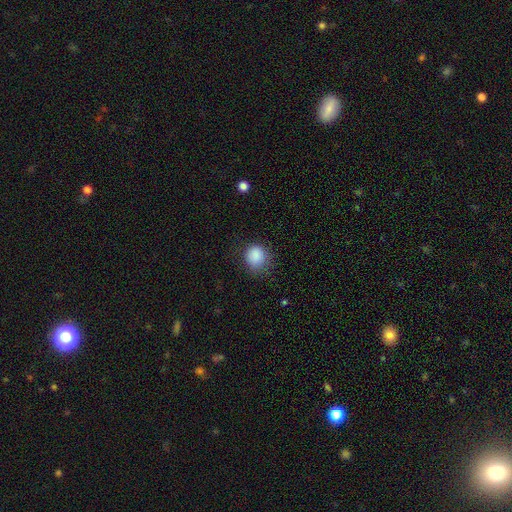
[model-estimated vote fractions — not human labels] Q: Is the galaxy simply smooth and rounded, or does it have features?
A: smooth — 87%.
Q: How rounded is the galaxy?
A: round — 80%.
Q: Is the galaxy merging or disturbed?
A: none — 72%.